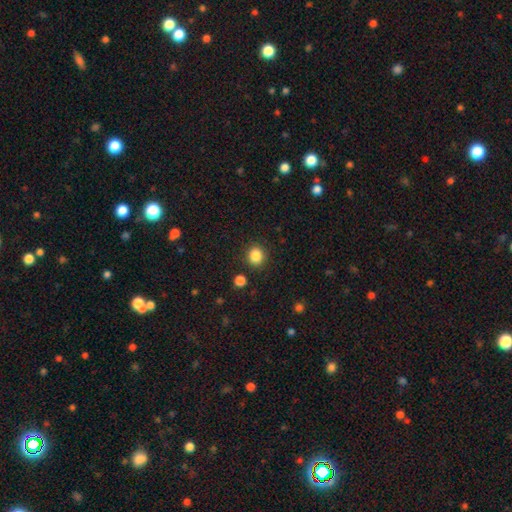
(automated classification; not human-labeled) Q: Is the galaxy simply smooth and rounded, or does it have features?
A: smooth — 86%.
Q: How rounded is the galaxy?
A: round — 78%.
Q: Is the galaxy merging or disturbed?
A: none — 88%.